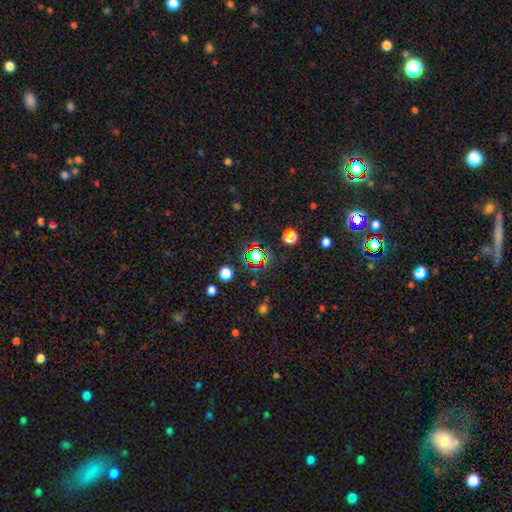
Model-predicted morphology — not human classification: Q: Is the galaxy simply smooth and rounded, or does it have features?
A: star or artifact — 63%.